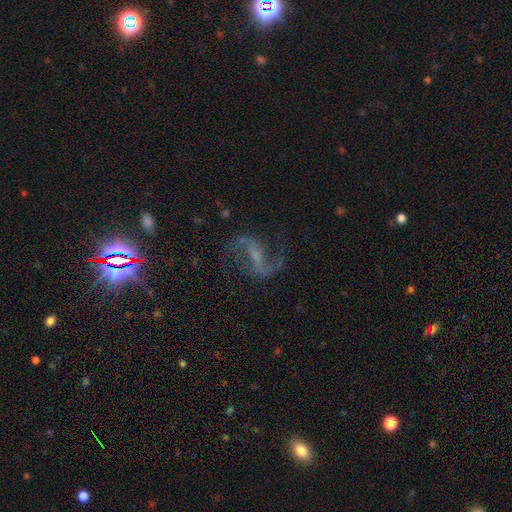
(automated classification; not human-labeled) Smooth or featured? Predicted: featured or disk (p=0.84). Edge-on disk? Predicted: no (p=0.96). Bar? Predicted: strong (p=0.46). Spiral arms? Predicted: yes (p=0.95). Spiral winding? Predicted: loose (p=0.66). Spiral arm count? Predicted: 2 (p=0.92). Bulge size? Predicted: small (p=0.49). Merging? Predicted: none (p=0.73).